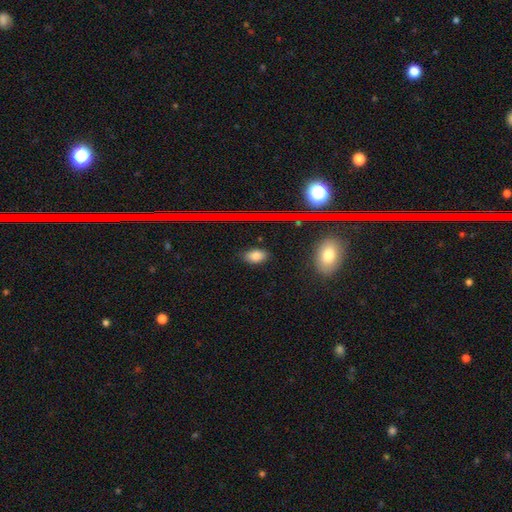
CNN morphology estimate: Smooth or featured? smooth (79%)
How rounded? in between (78%)
Merging? none (86%)